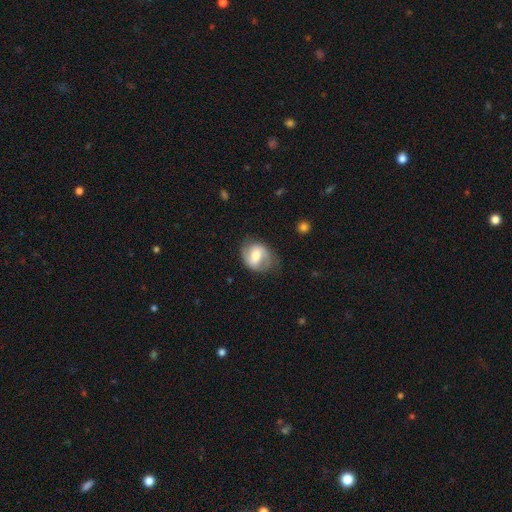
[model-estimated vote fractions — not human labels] Q: Smooth or featured?
A: featured or disk (50%); runner-up: smooth (43%)
Q: Merging?
A: none (61%); runner-up: minor disturbance (25%)